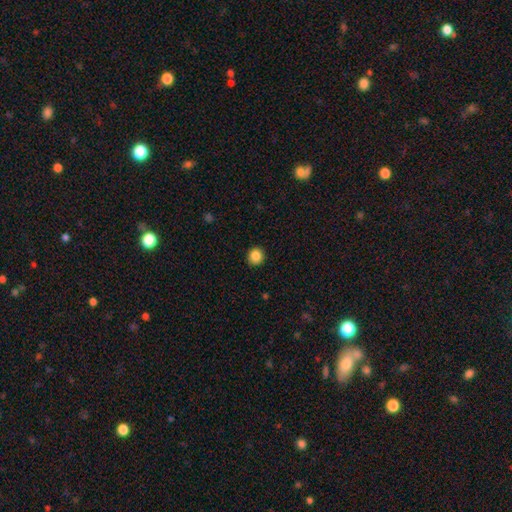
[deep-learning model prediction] smooth-or-featured: smooth: 86% | star or artifact: 10% | featured or disk: 4%
  how-rounded: round: 93% | in between: 6% | cigar-shaped: 1%
  merging: none: 92% | minor disturbance: 5% | major disturbance: 2% | merger: 1%